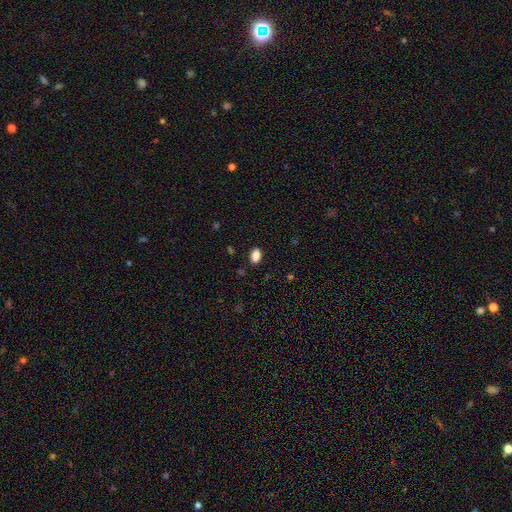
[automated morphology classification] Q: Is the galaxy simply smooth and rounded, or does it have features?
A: smooth — 87%.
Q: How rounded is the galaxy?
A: in between — 88%.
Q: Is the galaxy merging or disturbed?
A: none — 88%.